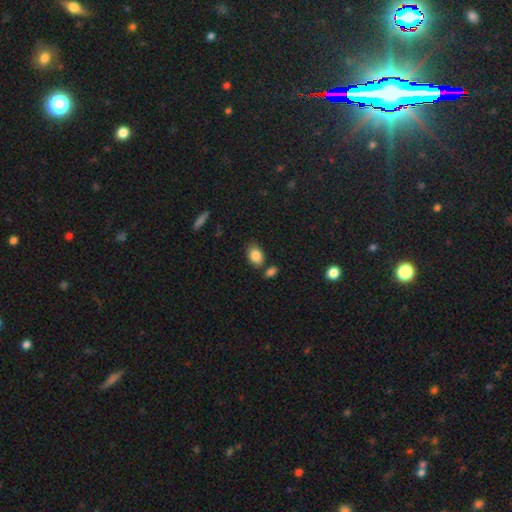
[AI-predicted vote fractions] Q: Smooth or featured?
A: smooth (85%); runner-up: star or artifact (8%)
Q: How rounded?
A: in between (76%); runner-up: round (23%)
Q: Merging?
A: none (68%); runner-up: minor disturbance (16%)